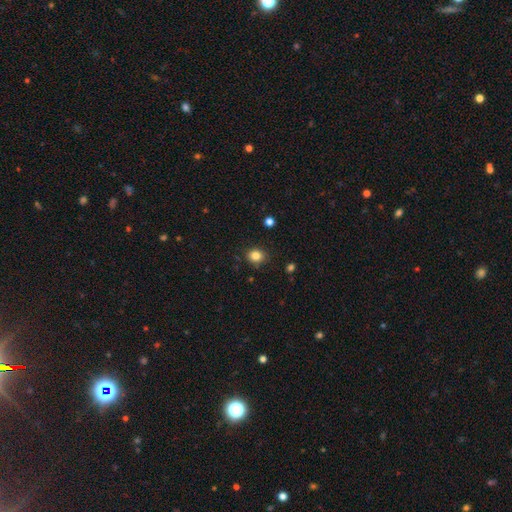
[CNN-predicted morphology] Smooth or featured? Predicted: smooth (p=0.83). How rounded? Predicted: round (p=0.75). Merging? Predicted: none (p=0.84).